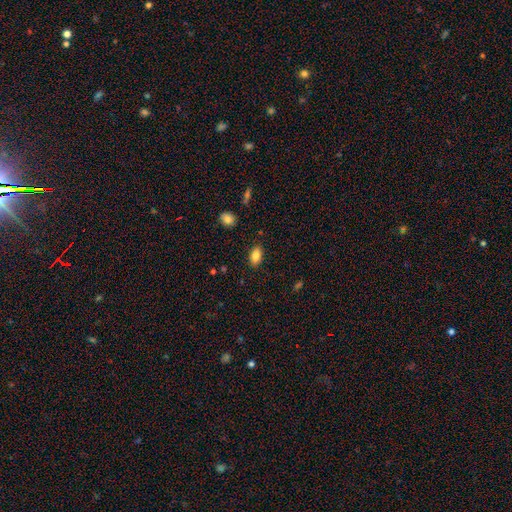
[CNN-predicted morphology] Smooth or featured? smooth (85%)
How rounded? in between (91%)
Merging? none (87%)